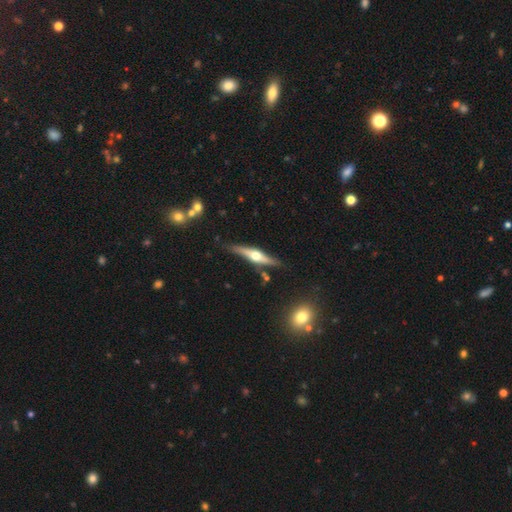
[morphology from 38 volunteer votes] A featured or disk galaxy (84%) viewed edge-on (94%) with a rounded central bulge (97%).

Vote fractions:
- Smooth or featured? featured or disk: 84% / smooth: 11% / star or artifact: 5%
- Edge-on disk? yes: 94% / no: 6%
- Edge-on bulge? rounded: 97% / none: 3% / boxy: 0%
- Merging? none: 83% / minor disturbance: 11% / merger: 6% / major disturbance: 0%